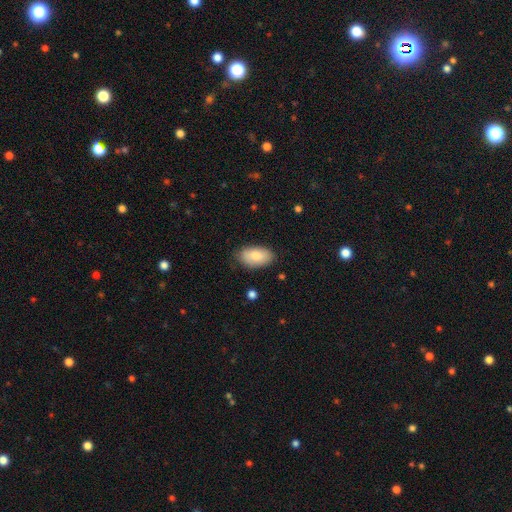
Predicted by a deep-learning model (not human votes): Smooth or featured? smooth (79%)
How rounded? in between (94%)
Merging? none (82%)